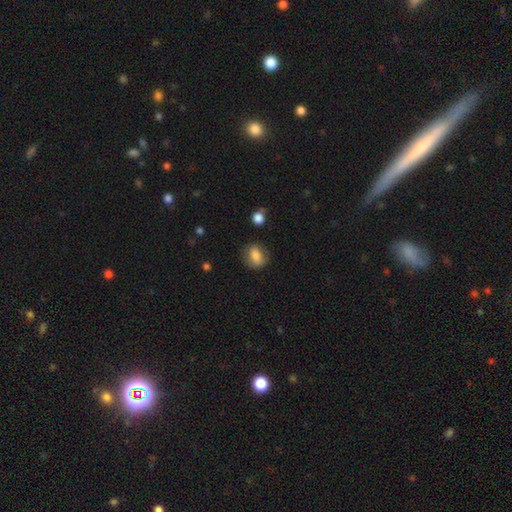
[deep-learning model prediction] A smooth galaxy with no disk features (79%) that is in between round and cigar-shaped (59%). Merging: none (76%).